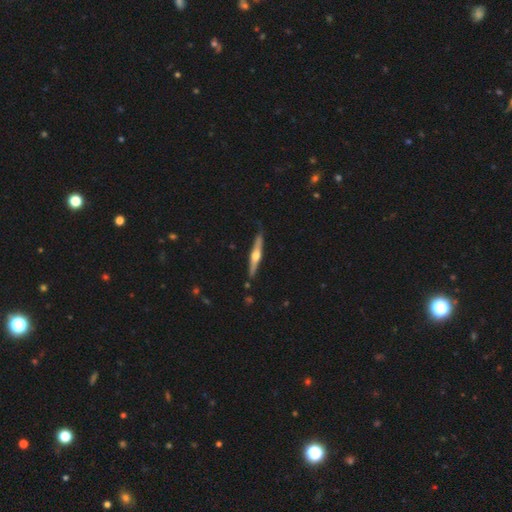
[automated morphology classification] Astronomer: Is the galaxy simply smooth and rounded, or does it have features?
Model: featured or disk — 71%.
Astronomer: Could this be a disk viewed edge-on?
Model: yes — 97%.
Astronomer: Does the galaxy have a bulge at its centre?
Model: rounded — 93%.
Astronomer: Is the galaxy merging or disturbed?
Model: none — 83%.